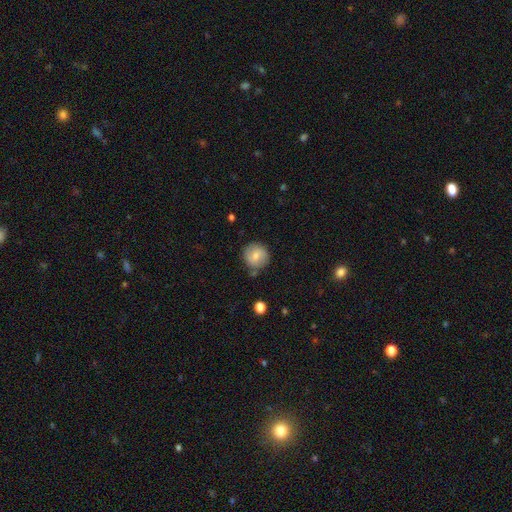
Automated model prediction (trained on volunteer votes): smooth 65%, featured or disk 27%, star or artifact 8%. Down the decision tree: how rounded — round (90%); merging — none (77%).